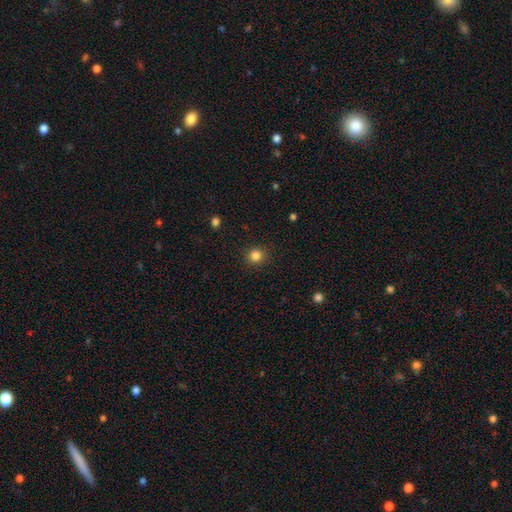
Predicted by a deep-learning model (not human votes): Morphology: type=smooth (84%); roundness=round (90%); merging=none (90%).